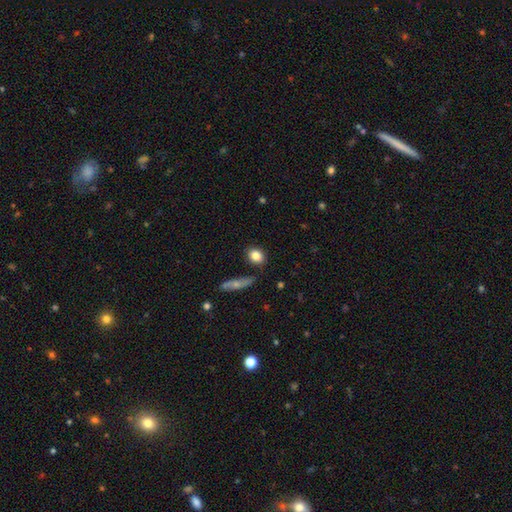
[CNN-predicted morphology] Smooth or featured? smooth (84%)
How rounded? in between (50%)
Merging? none (80%)